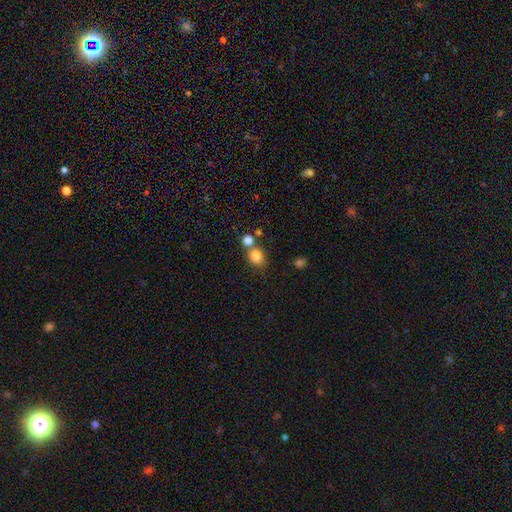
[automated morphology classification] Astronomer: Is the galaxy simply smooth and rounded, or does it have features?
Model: smooth — 82%.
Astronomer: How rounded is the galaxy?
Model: round — 63%.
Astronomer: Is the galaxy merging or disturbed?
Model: none — 54% (runner-up: merger, 30%).